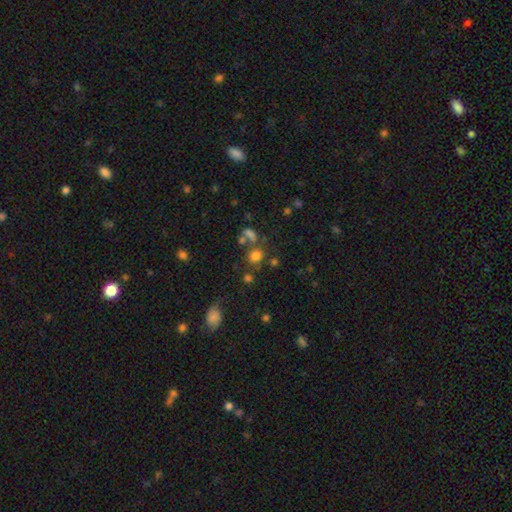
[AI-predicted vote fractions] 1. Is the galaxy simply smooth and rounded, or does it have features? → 73% smooth, 19% star or artifact, 9% featured or disk.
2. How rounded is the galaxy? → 79% round, 20% in between, 1% cigar-shaped.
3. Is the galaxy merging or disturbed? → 64% none, 19% merger, 11% minor disturbance, 6% major disturbance.